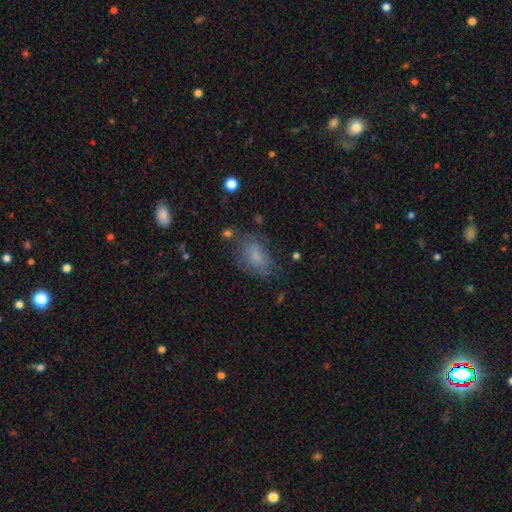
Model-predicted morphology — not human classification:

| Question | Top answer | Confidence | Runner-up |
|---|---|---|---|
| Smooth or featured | smooth | 70% | featured or disk (19%) |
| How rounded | in between | 87% | round (9%) |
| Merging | none | 60% | minor disturbance (24%) |